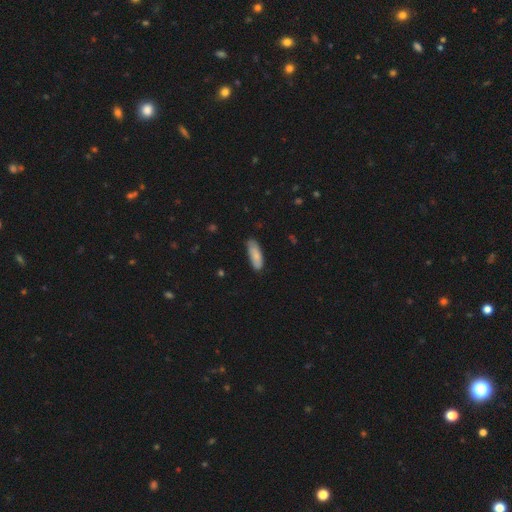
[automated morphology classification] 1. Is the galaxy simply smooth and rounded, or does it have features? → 83% smooth, 11% featured or disk, 6% star or artifact.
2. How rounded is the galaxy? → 60% in between, 39% cigar-shaped, 2% round.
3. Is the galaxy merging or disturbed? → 76% none, 20% minor disturbance, 3% major disturbance, 2% merger.